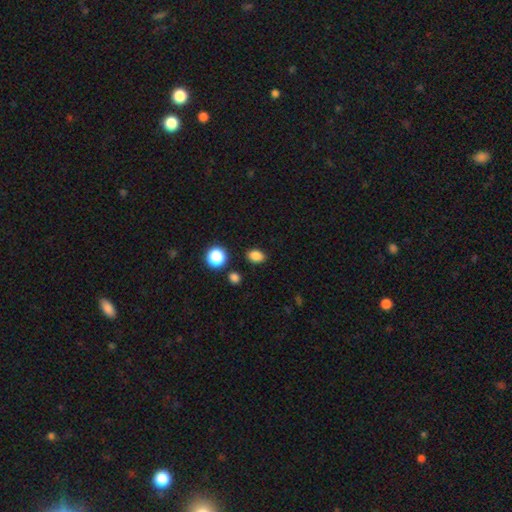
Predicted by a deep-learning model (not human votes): Smooth or featured?
  - smooth: 84% *
  - star or artifact: 12%
  - featured or disk: 4%
How rounded?
  - in between: 71% *
  - round: 28%
  - cigar-shaped: 1%
Merging?
  - none: 86% *
  - minor disturbance: 9%
  - merger: 3%
  - major disturbance: 3%